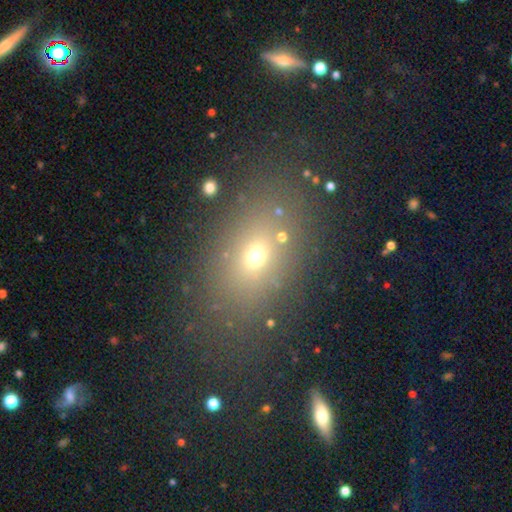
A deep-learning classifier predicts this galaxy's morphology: Q: Smooth or featured?
A: smooth (61%); runner-up: star or artifact (24%)
Q: How rounded?
A: in between (70%); runner-up: round (27%)
Q: Merging?
A: none (80%); runner-up: minor disturbance (11%)